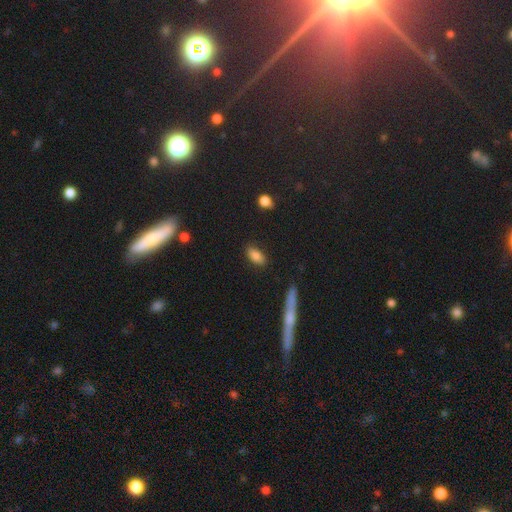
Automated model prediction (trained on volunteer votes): This appears to be a smooth galaxy with no disk features (83%) that is in between round and cigar-shaped (84%). Merging: none (85%).